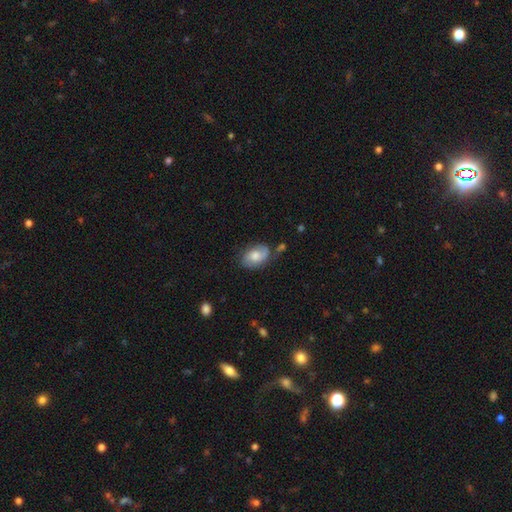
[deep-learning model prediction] A smooth galaxy with no disk features (47%).

Vote fractions:
- Smooth or featured? smooth: 47% / featured or disk: 46% / star or artifact: 8%
- Merging? none: 61% / minor disturbance: 25% / major disturbance: 9% / merger: 4%